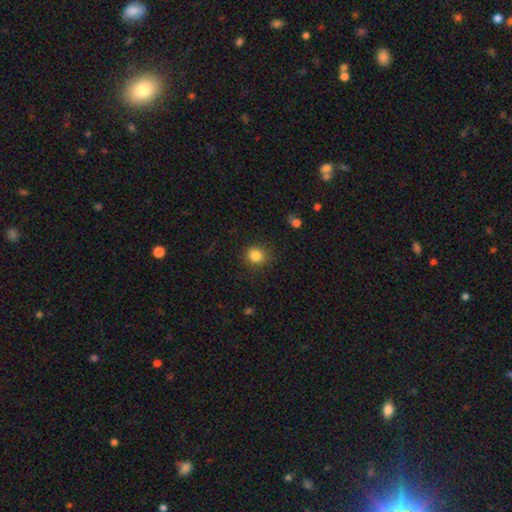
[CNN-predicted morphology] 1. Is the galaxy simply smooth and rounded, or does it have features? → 84% smooth, 11% star or artifact, 5% featured or disk.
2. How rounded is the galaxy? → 82% round, 17% in between, 1% cigar-shaped.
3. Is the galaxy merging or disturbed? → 85% none, 11% minor disturbance, 3% major disturbance, 1% merger.